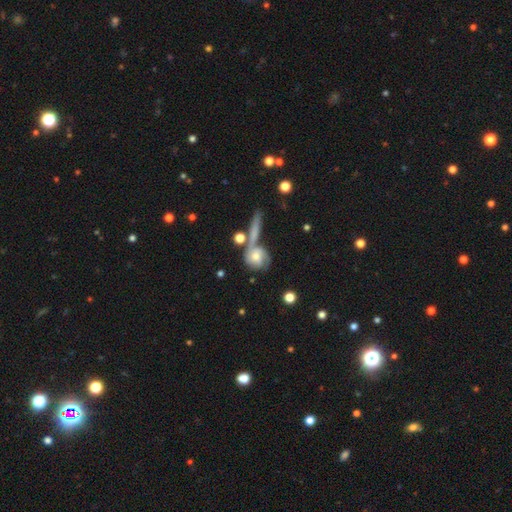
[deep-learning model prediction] Smooth or featured: featured or disk — 53% (smooth — 38%)
Edge-on disk: no — 87% (yes — 13%)
Merging: none — 44% (merger — 26%)